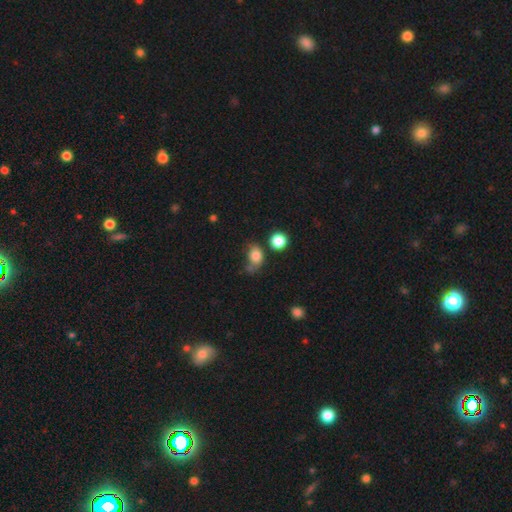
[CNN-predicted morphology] Q: Smooth or featured?
A: smooth (80%); runner-up: star or artifact (12%)
Q: How rounded?
A: in between (53%); runner-up: round (45%)
Q: Merging?
A: none (47%); runner-up: minor disturbance (28%)